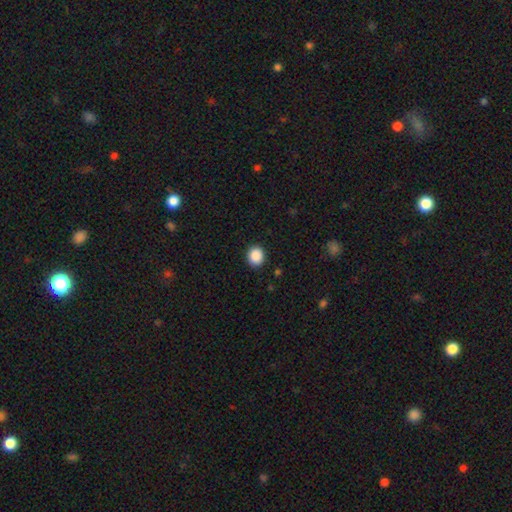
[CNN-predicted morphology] This is clearly a smooth galaxy (89%). How rounded: likely round (77%). Merging: clearly none (91%).